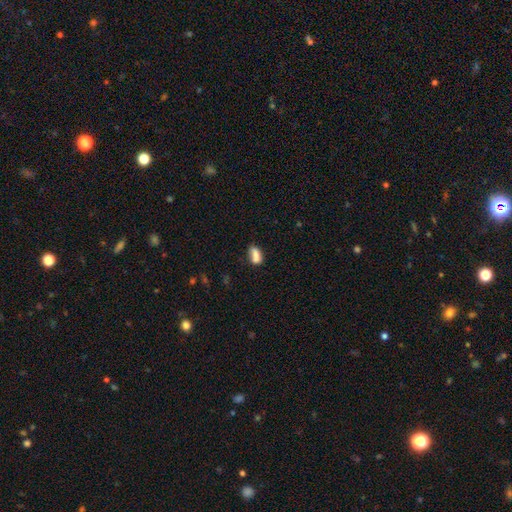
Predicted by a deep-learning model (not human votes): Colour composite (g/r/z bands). It shows a smooth galaxy with no disk features (79%) that is in between round and cigar-shaped (81%). Merging: none (48%).